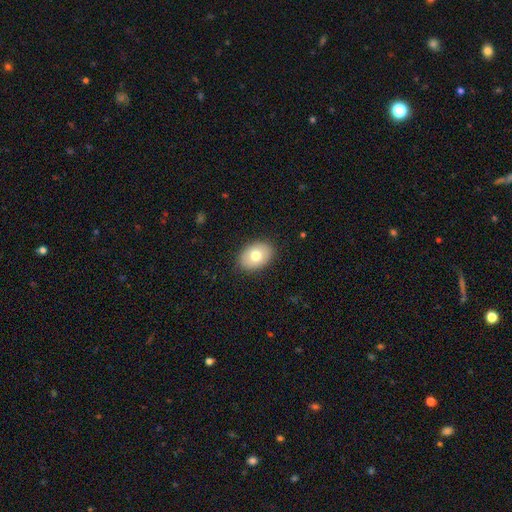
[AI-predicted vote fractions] Overall: smooth (76%). How rounded: in between (80%). Merging: none (88%).